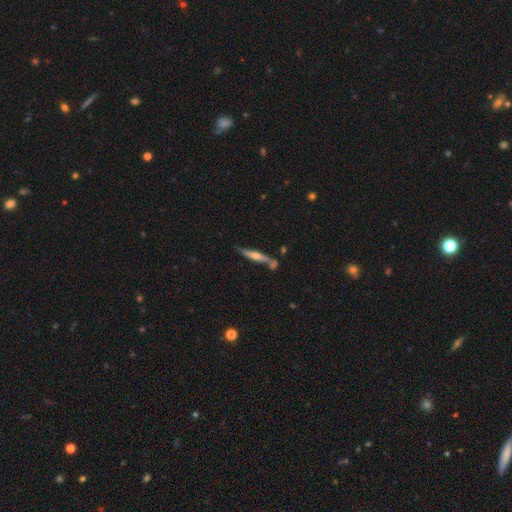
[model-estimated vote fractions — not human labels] The model was most divided on "smooth or featured": featured or disk: 58%, smooth: 35%, star or artifact: 6%. More confident: edge-on disk — yes (93%); edge-on bulge — rounded (78%); merging — none (64%).